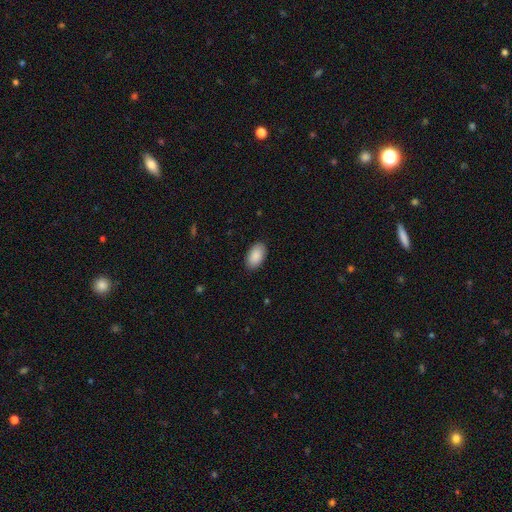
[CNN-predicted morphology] This appears to be a smooth galaxy with no disk features (90%) that is in between round and cigar-shaped (95%). Merging: none (89%).